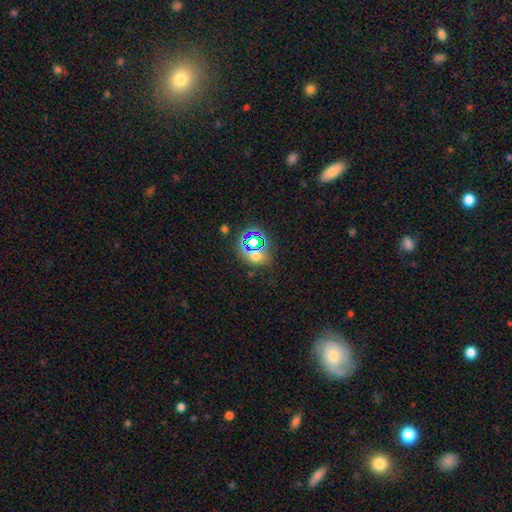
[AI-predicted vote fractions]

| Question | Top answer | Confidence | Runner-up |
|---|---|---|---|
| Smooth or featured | star or artifact | 50% | smooth (38%) |